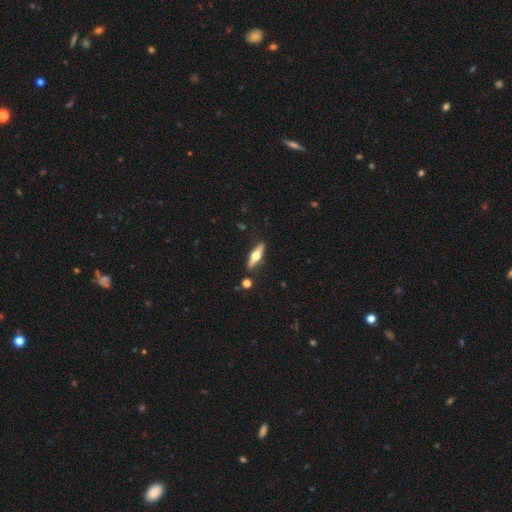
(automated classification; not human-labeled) A featured or disk galaxy (60%) viewed edge-on (93%) with a rounded central bulge (96%).

Vote fractions:
- Smooth or featured? featured or disk: 60% / smooth: 34% / star or artifact: 6%
- Edge-on disk? yes: 93% / no: 7%
- Edge-on bulge? rounded: 96% / boxy: 2% / none: 2%
- Merging? none: 86% / minor disturbance: 9% / merger: 3% / major disturbance: 2%